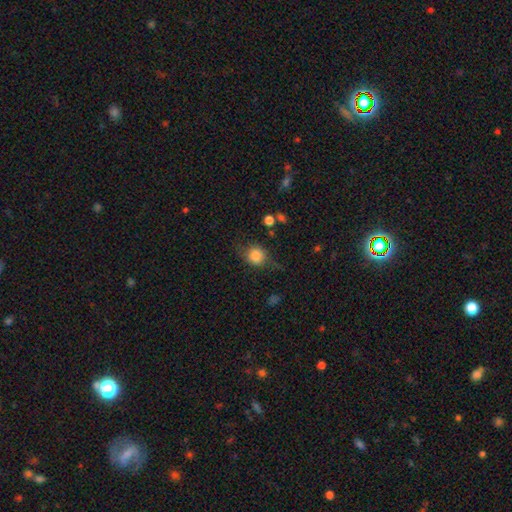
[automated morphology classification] This appears to be a smooth galaxy with no disk features (74%) that is round (75%). Merging: none (62%).